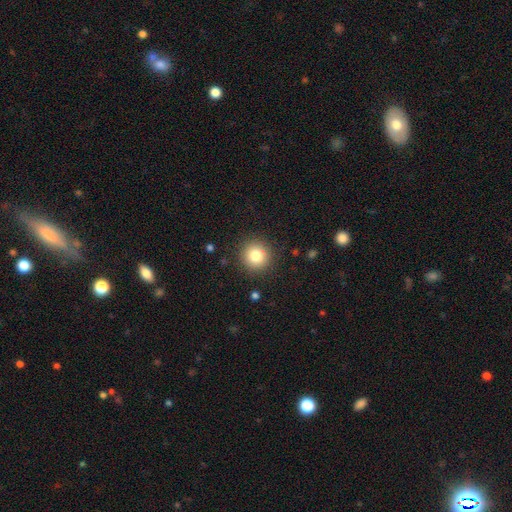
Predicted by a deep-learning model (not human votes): This is clearly a smooth galaxy (80%). How rounded: clearly round (94%). Merging: clearly none (89%).